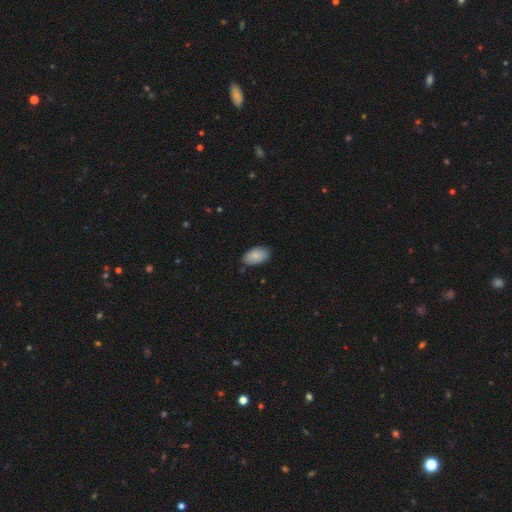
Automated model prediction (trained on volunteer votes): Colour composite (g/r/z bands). It shows a smooth galaxy with no disk features (83%) that is in between round and cigar-shaped (94%). Merging: none (81%).